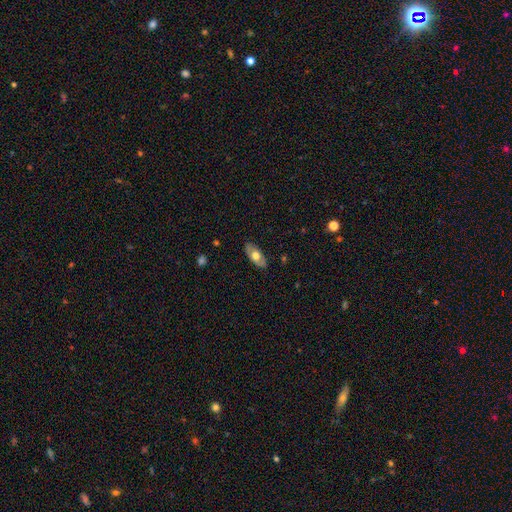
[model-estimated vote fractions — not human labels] Smooth or featured: smooth — 55% (featured or disk — 39%)
How rounded: in between — 90% (cigar-shaped — 6%)
Merging: none — 84% (minor disturbance — 12%)